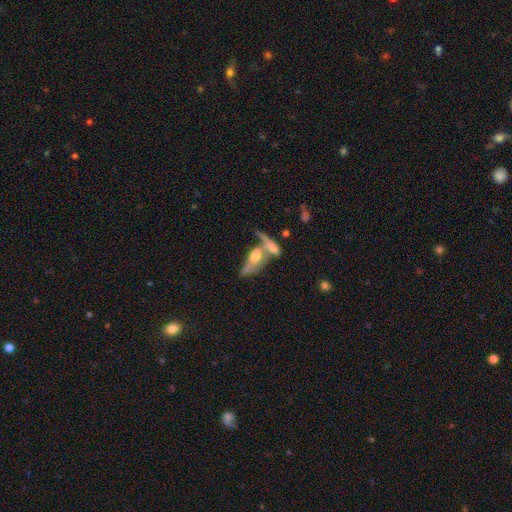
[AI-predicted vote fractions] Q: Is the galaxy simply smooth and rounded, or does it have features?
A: featured or disk — 46%.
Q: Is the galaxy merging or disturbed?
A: merger — 56%.